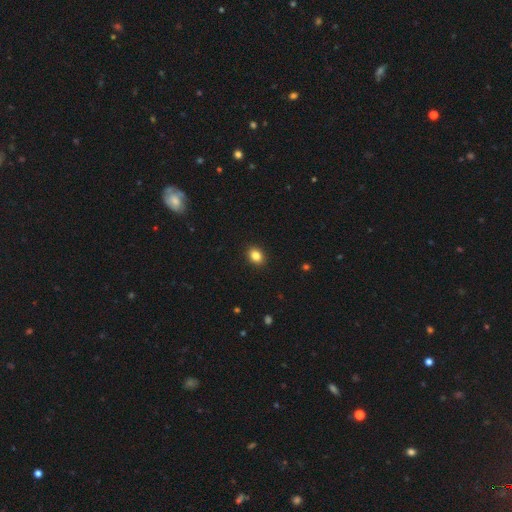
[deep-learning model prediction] Q: Smooth or featured?
A: smooth (85%); runner-up: star or artifact (10%)
Q: How rounded?
A: in between (62%); runner-up: round (37%)
Q: Merging?
A: none (91%); runner-up: minor disturbance (7%)